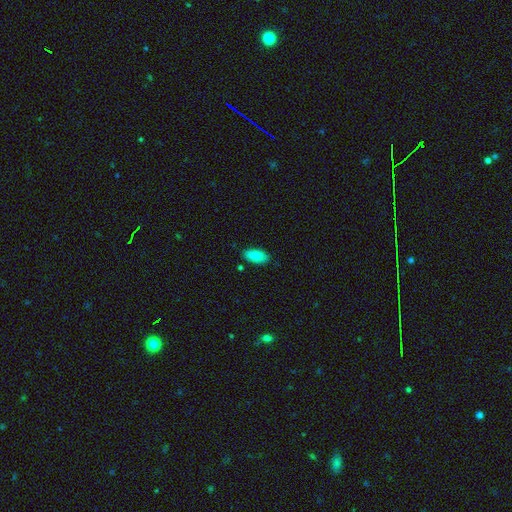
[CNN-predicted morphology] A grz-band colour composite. It shows a smooth galaxy with no disk features (88%) that is in between round and cigar-shaped (90%). Merging: none (84%).